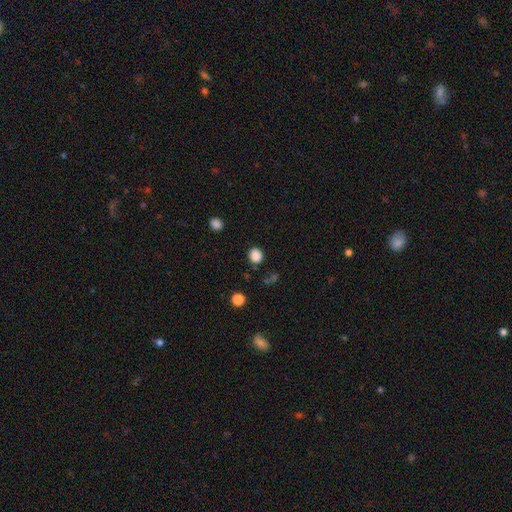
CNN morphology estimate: smooth_or_featured: smooth (p=0.86) [alt: star or artifact p=0.11]
how_rounded: round (p=0.76) [alt: in between p=0.23]
merging: none (p=0.85) [alt: minor disturbance p=0.09]